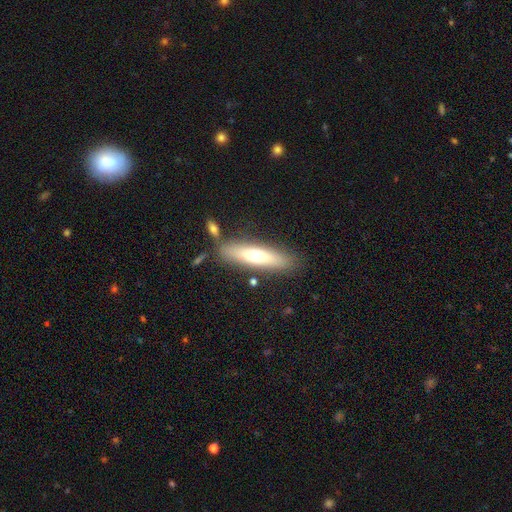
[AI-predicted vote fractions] This appears to be a smooth galaxy with no disk features (58%) that is cigar-shaped (75%). Merging: none (79%).